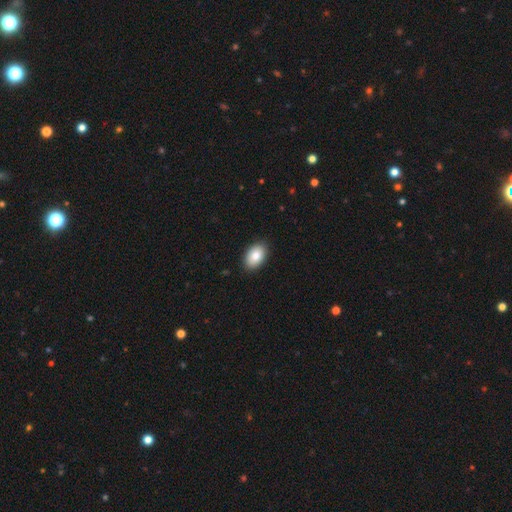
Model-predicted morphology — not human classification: Smooth or featured?
  - smooth: 83% *
  - featured or disk: 10%
  - star or artifact: 7%
How rounded?
  - in between: 89% *
  - round: 10%
  - cigar-shaped: 1%
Merging?
  - none: 89% *
  - minor disturbance: 9%
  - major disturbance: 2%
  - merger: 1%